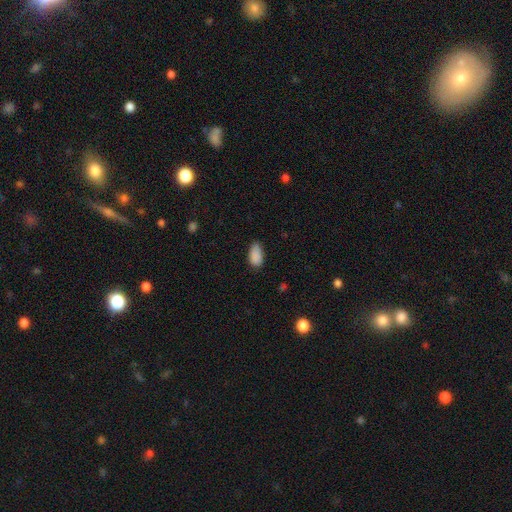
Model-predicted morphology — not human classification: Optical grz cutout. It shows a smooth galaxy with no disk features (88%) that is in between round and cigar-shaped (93%). Merging: none (73%).